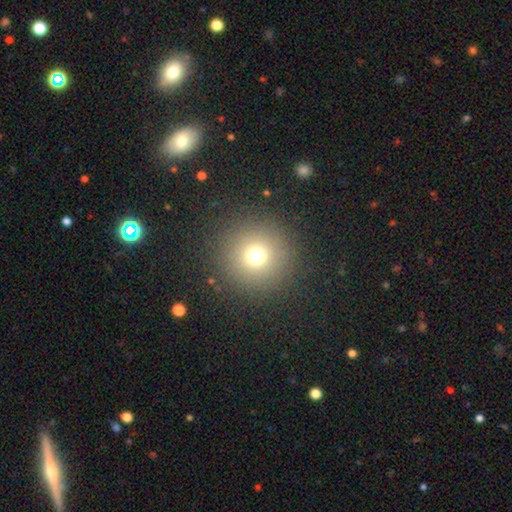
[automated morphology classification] Smooth or featured? smooth (71%)
How rounded? round (96%)
Merging? none (89%)